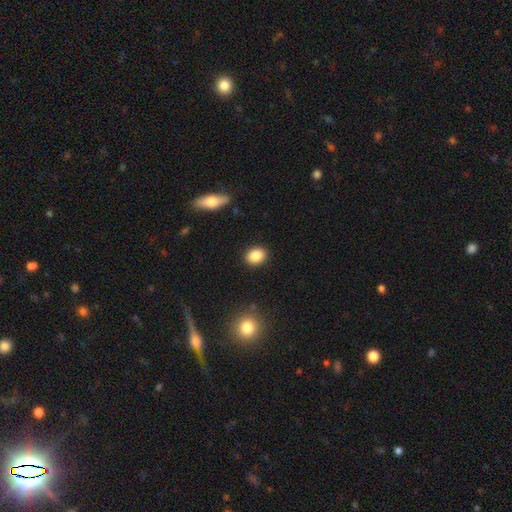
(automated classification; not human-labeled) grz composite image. It shows a smooth galaxy with no disk features (87%) that is in between round and cigar-shaped (57%). Merging: none (89%).